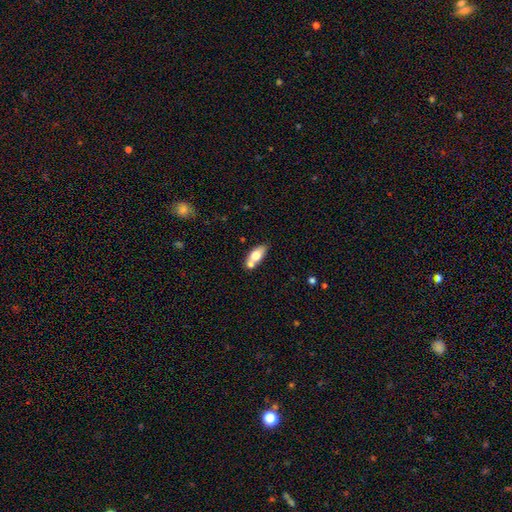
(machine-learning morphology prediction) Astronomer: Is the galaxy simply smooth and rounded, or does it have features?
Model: smooth — 69%.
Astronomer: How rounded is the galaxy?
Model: in between — 81%.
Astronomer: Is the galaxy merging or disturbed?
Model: none — 49% (runner-up: merger, 33%).